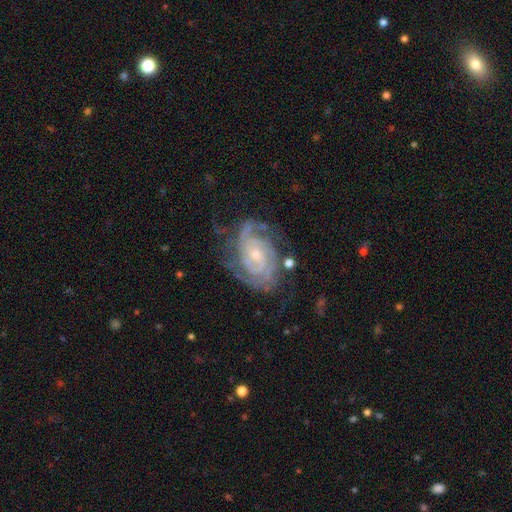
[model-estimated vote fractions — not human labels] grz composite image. It shows a featured or disk galaxy (90%) with no bar (60%), 2 (46%) tight (69%) spiral arms (98%) and a small central bulge (66%). Merging: none (71%).